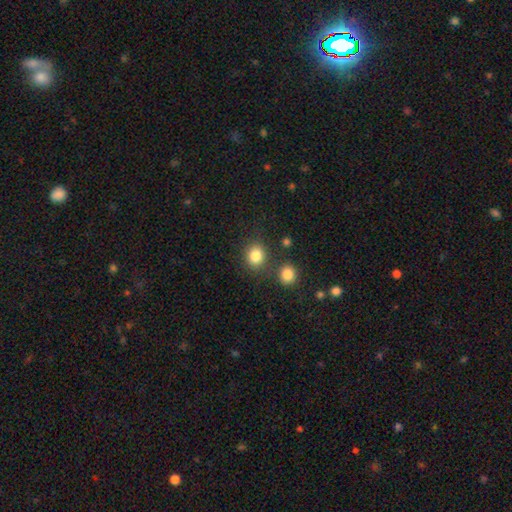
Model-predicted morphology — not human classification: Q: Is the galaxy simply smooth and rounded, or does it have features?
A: smooth — 83%.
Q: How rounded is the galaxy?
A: round — 75%.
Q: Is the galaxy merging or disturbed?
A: none — 78%.